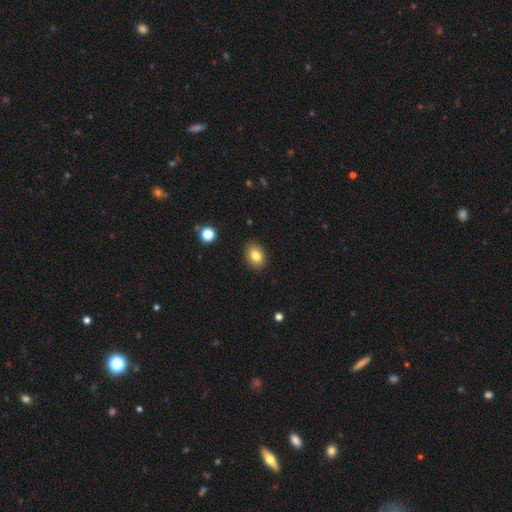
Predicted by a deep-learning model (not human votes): This is clearly a smooth galaxy (82%). How rounded: likely in between (74%). Merging: clearly none (88%).